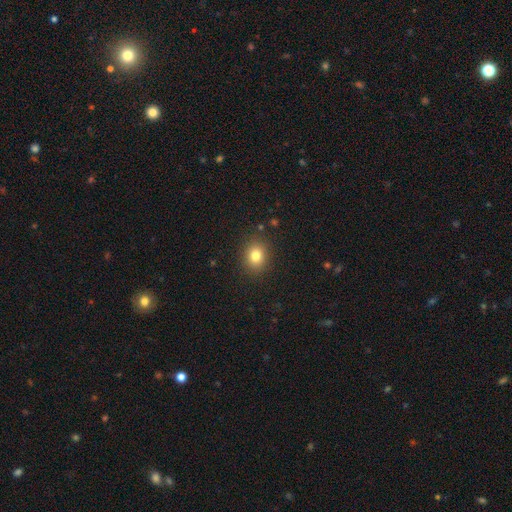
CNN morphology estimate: Smooth or featured?
  - smooth: 80% *
  - star or artifact: 12%
  - featured or disk: 8%
How rounded?
  - round: 61% *
  - in between: 38%
  - cigar-shaped: 1%
Merging?
  - none: 88% *
  - minor disturbance: 8%
  - major disturbance: 3%
  - merger: 1%